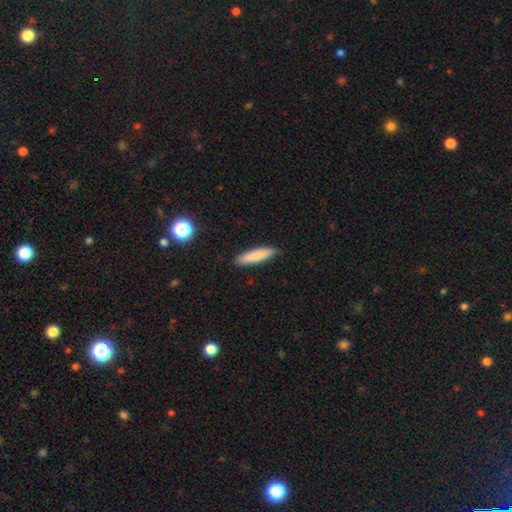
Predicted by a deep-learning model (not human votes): Smooth or featured? Predicted: smooth (p=0.84). How rounded? Predicted: cigar-shaped (p=0.77). Merging? Predicted: none (p=0.86).